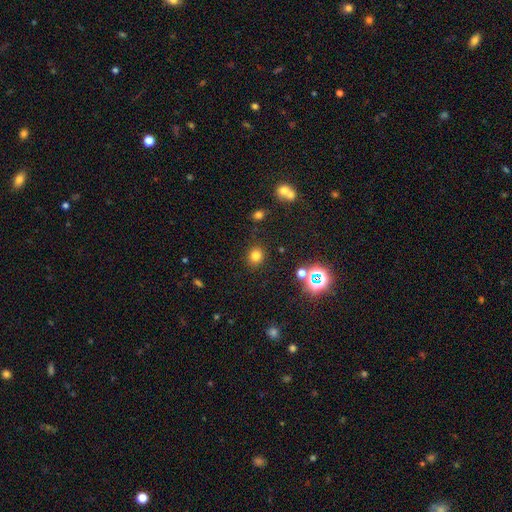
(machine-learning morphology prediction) This appears to be a smooth galaxy with no disk features (76%) that is round (77%). Merging: none (86%).